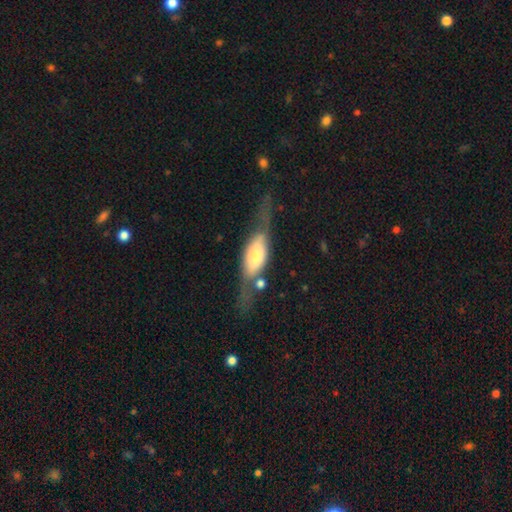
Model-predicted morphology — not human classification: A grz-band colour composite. It shows a featured or disk galaxy (52%) viewed edge-on (64%). Merging: none (47%).